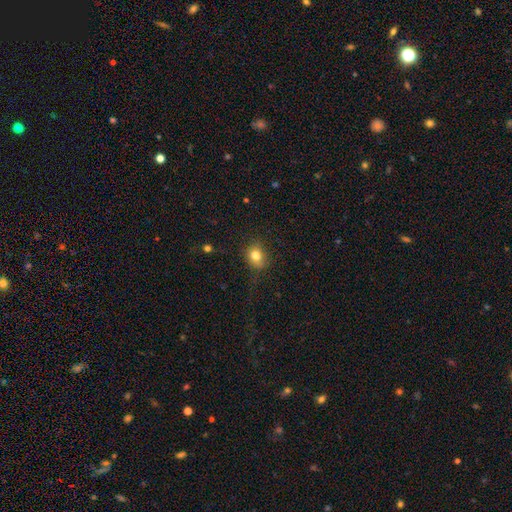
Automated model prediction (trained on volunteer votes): Smooth or featured: smooth — 80% (star or artifact — 11%)
How rounded: round — 51% (in between — 48%)
Merging: none — 71% (minor disturbance — 20%)